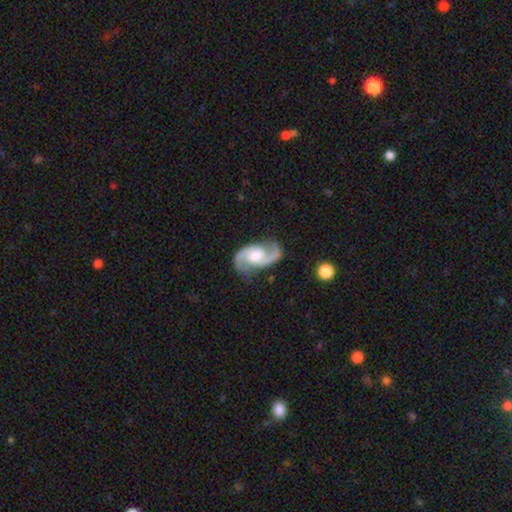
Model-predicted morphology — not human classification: smooth-or-featured: featured or disk: 92% | smooth: 4% | star or artifact: 4%
  disk-edge-on: no: 98% | yes: 2%
    bar: no: 49% | weak: 41% | strong: 10%
    has-spiral-arms: yes: 98% | no: 2%
      spiral-winding: medium: 57% | loose: 27% | tight: 16%
      spiral-arm-count: 2: 94% | can't tell: 2% | 1: 1% | 3: 1% | 4: 1% | more than 4: 1%
    bulge-size: moderate: 63% | small: 17% | large: 15% | none: 4% | dominant: 2%
  merging: none: 80% | minor disturbance: 14% | major disturbance: 5% | merger: 1%